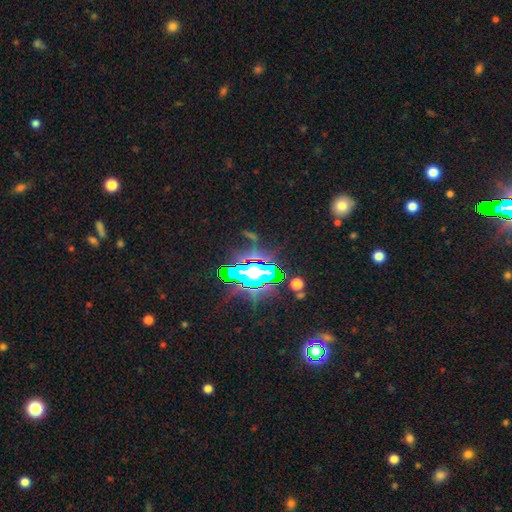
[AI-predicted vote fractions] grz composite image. It shows a star or artifact, not a galaxy (79%).